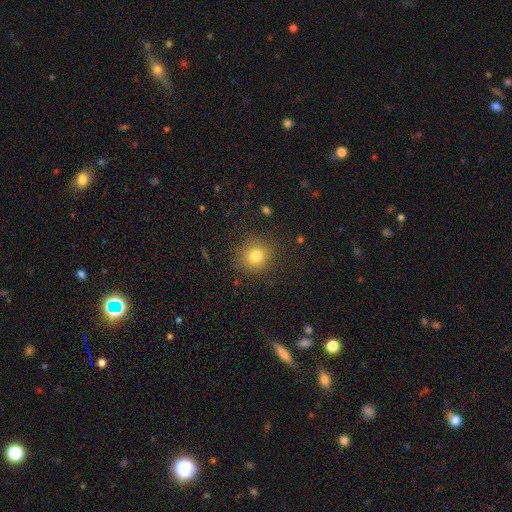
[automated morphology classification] A smooth galaxy with no disk features (79%) that is round (87%).

Vote fractions:
- Smooth or featured? smooth: 79% / star or artifact: 13% / featured or disk: 8%
- How rounded? round: 87% / in between: 12% / cigar-shaped: 1%
- Merging? none: 85% / minor disturbance: 10% / major disturbance: 4% / merger: 1%